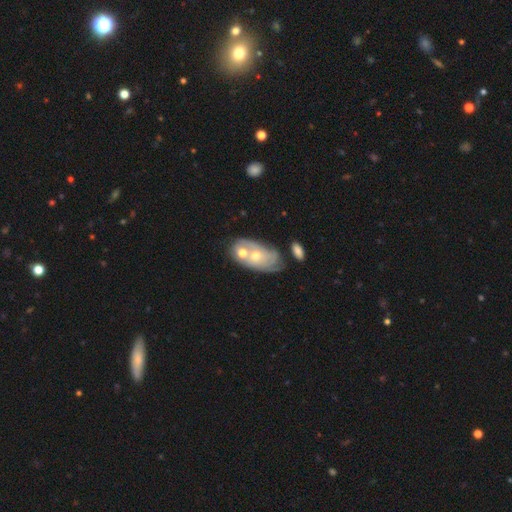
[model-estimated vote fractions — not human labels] smooth_or_featured: featured or disk (p=0.60) [alt: smooth p=0.33]
disk_edge_on: no (p=0.94) [alt: yes p=0.06]
bar: no (p=0.85) [alt: weak p=0.13]
has_spiral_arms: yes (p=0.62) [alt: no p=0.38]
bulge_size: moderate (p=0.49) [alt: small p=0.45]
merging: merger (p=0.38) [alt: none p=0.36]